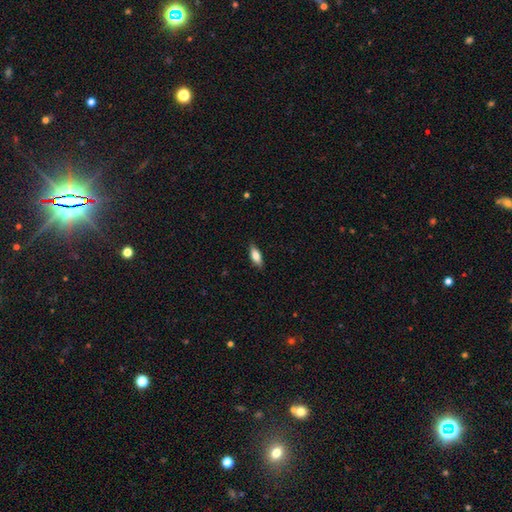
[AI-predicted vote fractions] A smooth galaxy with no disk features (78%) that is in between round and cigar-shaped (79%).

Vote fractions:
- Smooth or featured? smooth: 78% / featured or disk: 15% / star or artifact: 6%
- How rounded? in between: 79% / cigar-shaped: 19% / round: 2%
- Merging? none: 87% / minor disturbance: 10% / major disturbance: 2% / merger: 1%